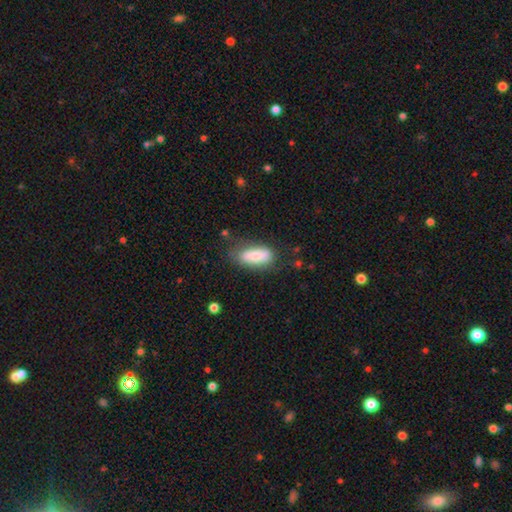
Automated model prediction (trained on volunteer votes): Morphology: type=smooth (77%); roundness=in between (81%); merging=none (66%).